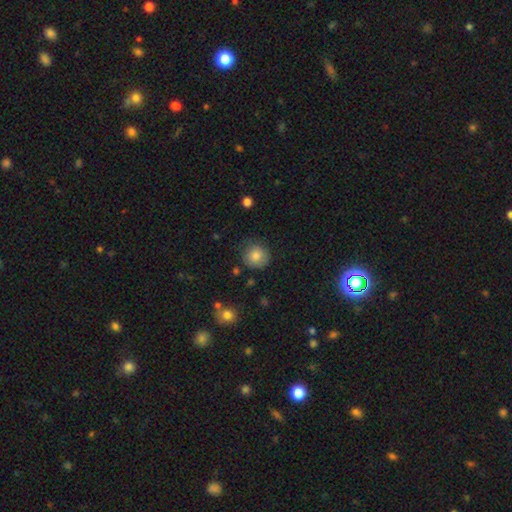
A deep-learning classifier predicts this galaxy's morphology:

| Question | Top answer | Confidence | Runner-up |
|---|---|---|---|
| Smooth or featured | smooth | 84% | star or artifact (9%) |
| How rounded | round | 90% | in between (9%) |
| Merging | none | 79% | minor disturbance (15%) |